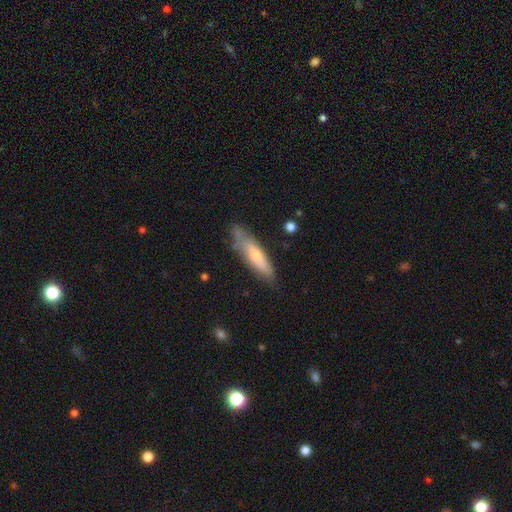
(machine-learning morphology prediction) Smooth or featured: smooth — 57% (featured or disk — 37%)
How rounded: cigar-shaped — 70% (in between — 28%)
Merging: none — 70% (minor disturbance — 22%)